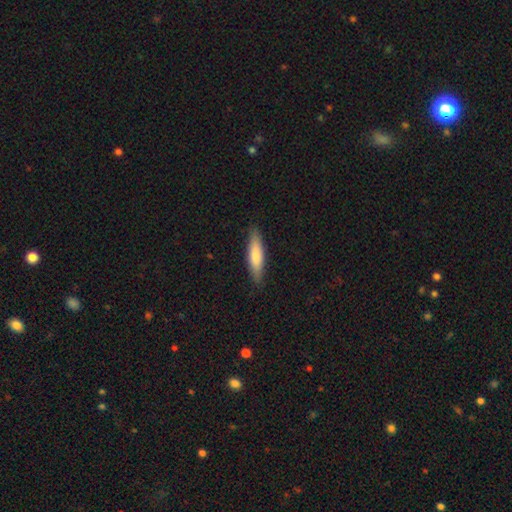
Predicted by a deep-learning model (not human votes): Smooth or featured? smooth (77%)
How rounded? cigar-shaped (69%)
Merging? none (86%)